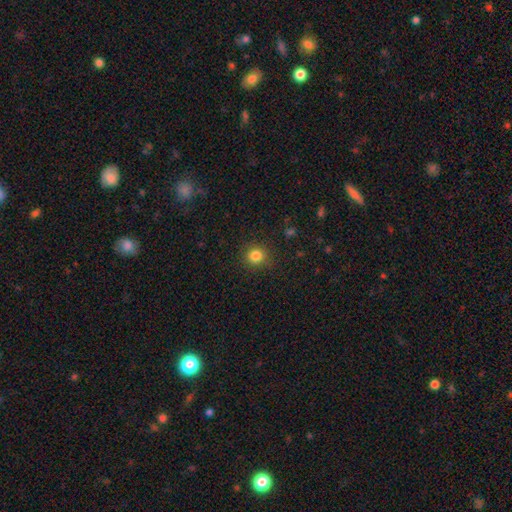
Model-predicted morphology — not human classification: smooth 83%, star or artifact 12%, featured or disk 5%. Down the decision tree: how rounded — round (88%); merging — none (89%).